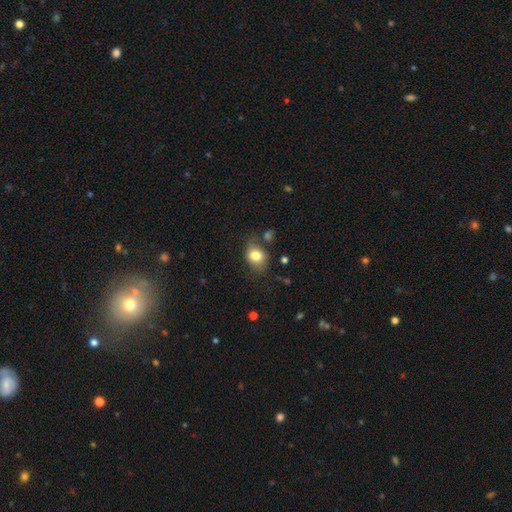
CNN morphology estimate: Smooth or featured? Predicted: smooth (p=0.79). How rounded? Predicted: in between (p=0.66). Merging? Predicted: none (p=0.66).